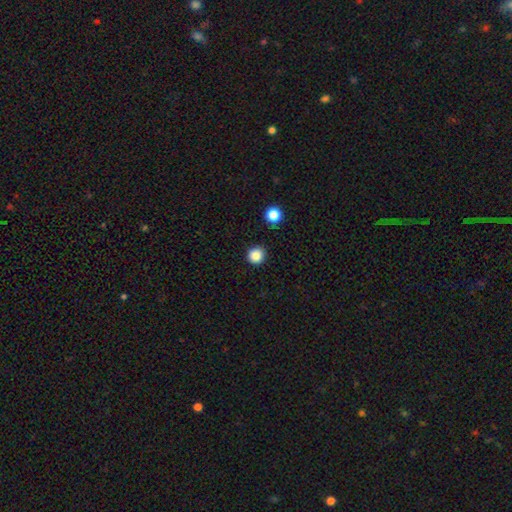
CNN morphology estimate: type=smooth (86%); roundness=round (95%); merging=none (91%).